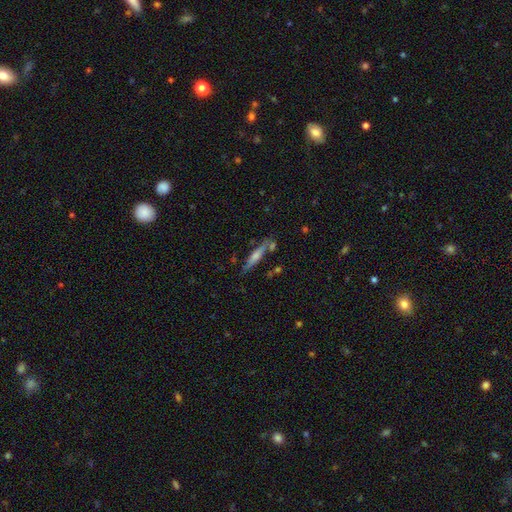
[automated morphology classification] This appears to be a featured or disk galaxy (59%) viewed edge-on (93%) with a rounded central bulge (71%). Merging: none (76%).